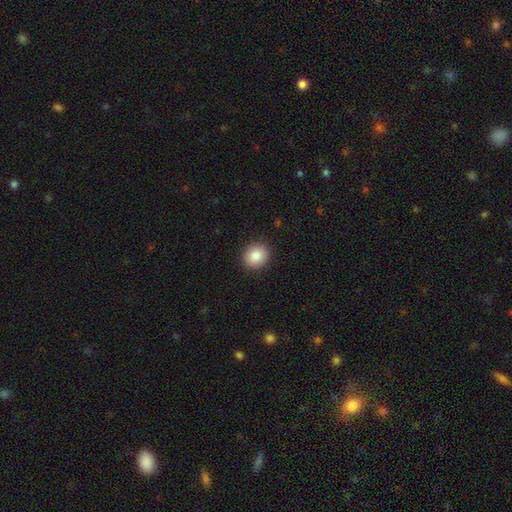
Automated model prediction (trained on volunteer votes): This is clearly a smooth galaxy (85%). How rounded: likely round (78%). Merging: clearly none (91%).